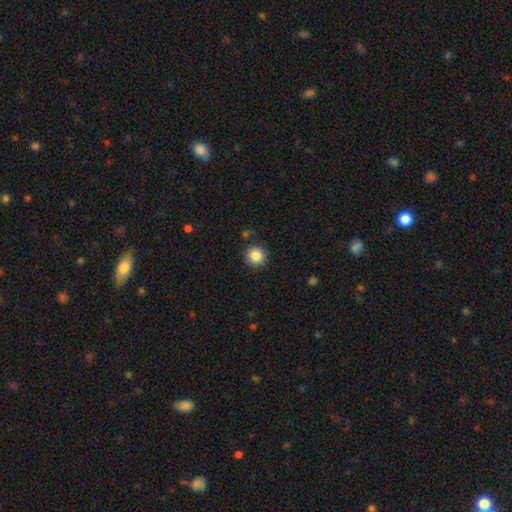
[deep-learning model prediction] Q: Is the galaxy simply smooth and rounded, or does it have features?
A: smooth — 86%.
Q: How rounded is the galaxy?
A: round — 95%.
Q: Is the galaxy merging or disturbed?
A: none — 89%.